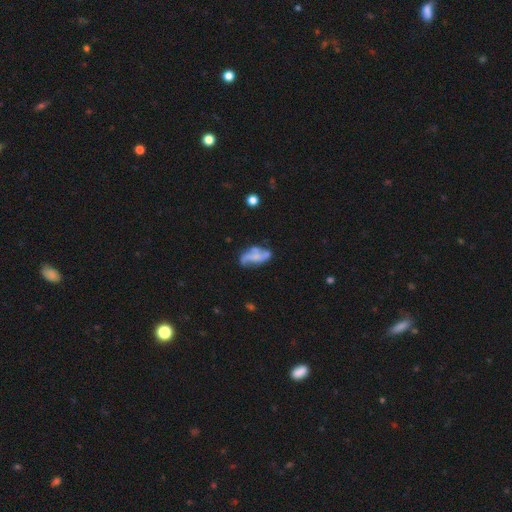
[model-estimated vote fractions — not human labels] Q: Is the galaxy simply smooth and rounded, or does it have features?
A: featured or disk — 62%.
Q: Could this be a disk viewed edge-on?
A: no — 93%.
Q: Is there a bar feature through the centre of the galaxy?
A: no — 63%.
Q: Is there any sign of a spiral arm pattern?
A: yes — 64%.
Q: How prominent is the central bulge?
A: none — 53%.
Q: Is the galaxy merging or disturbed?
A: none — 44%.